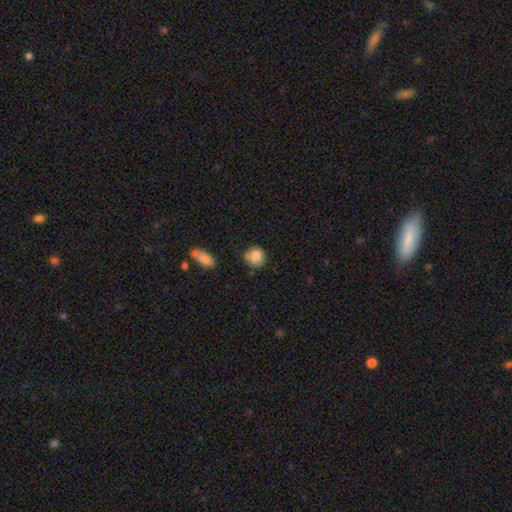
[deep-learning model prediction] The model was most divided on "merging": none: 65%, minor disturbance: 25%, major disturbance: 6%, merger: 4%. More confident: how rounded — round (82%); smooth or featured — smooth (81%).